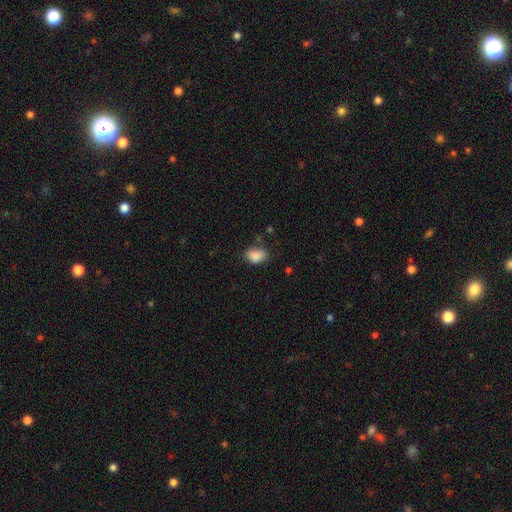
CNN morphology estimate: A smooth galaxy with no disk features (87%) that is in between round and cigar-shaped (83%). Merging: none (69%).